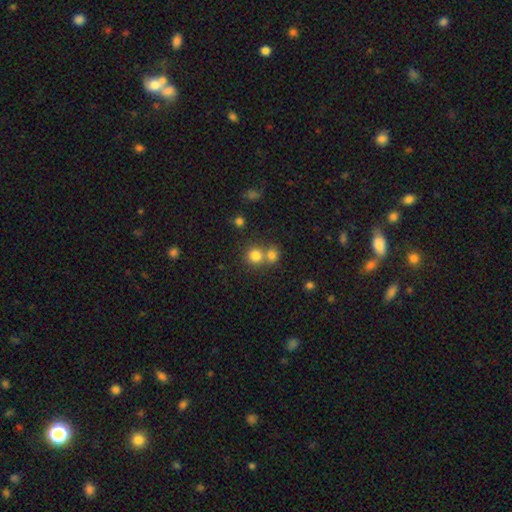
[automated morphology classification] Smooth or featured? Predicted: smooth (p=0.79). How rounded? Predicted: round (p=0.88). Merging? Predicted: none (p=0.52).